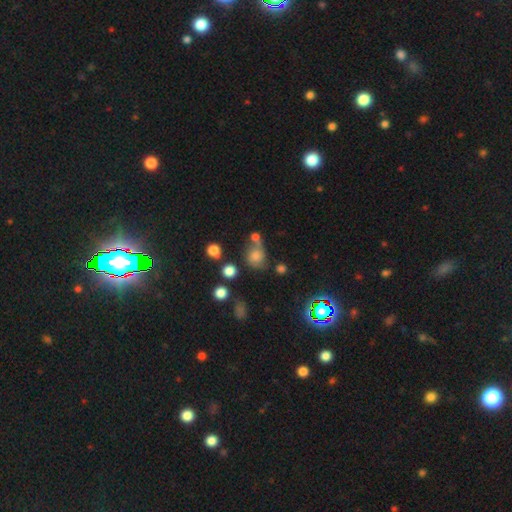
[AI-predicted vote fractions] Smooth or featured?
  - smooth: 66% *
  - featured or disk: 19%
  - star or artifact: 16%
How rounded?
  - round: 69% *
  - in between: 30%
  - cigar-shaped: 1%
Merging?
  - none: 42% *
  - merger: 27%
  - minor disturbance: 19%
  - major disturbance: 12%